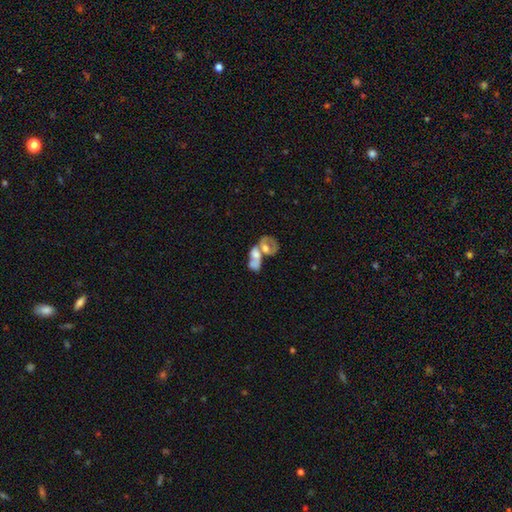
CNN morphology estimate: This is possibly a smooth galaxy (48%). Merging: likely merger (76%).